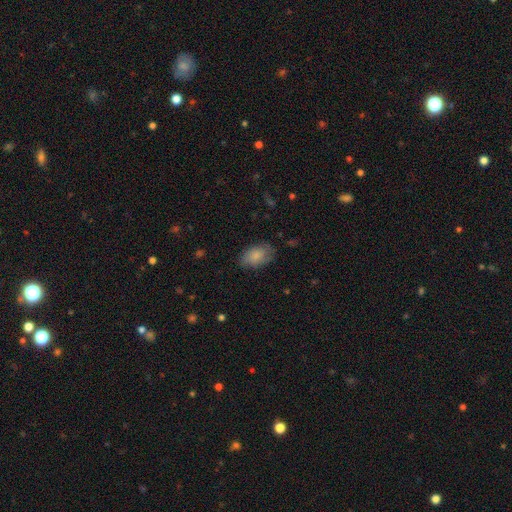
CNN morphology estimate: type=smooth (80%); roundness=in between (90%); merging=none (73%).